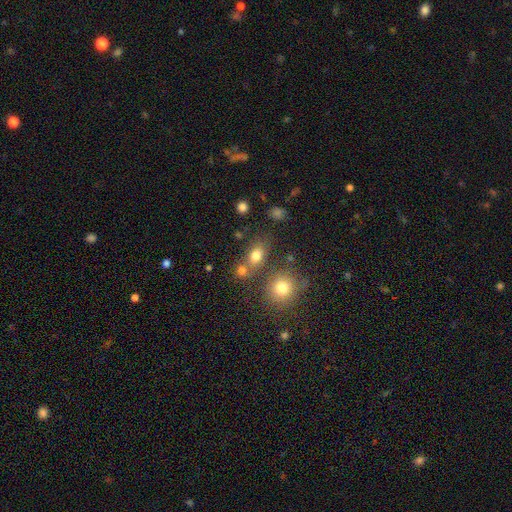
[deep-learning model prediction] smooth_or_featured: smooth (p=0.76) [alt: star or artifact p=0.15]
how_rounded: in between (p=0.64) [alt: round p=0.32]
merging: none (p=0.59) [alt: merger p=0.23]